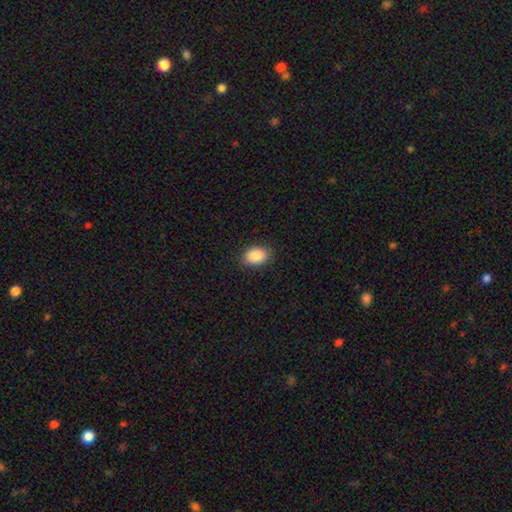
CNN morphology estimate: Smooth or featured: smooth — 88% (star or artifact — 7%)
How rounded: in between — 83% (round — 16%)
Merging: none — 88% (minor disturbance — 9%)